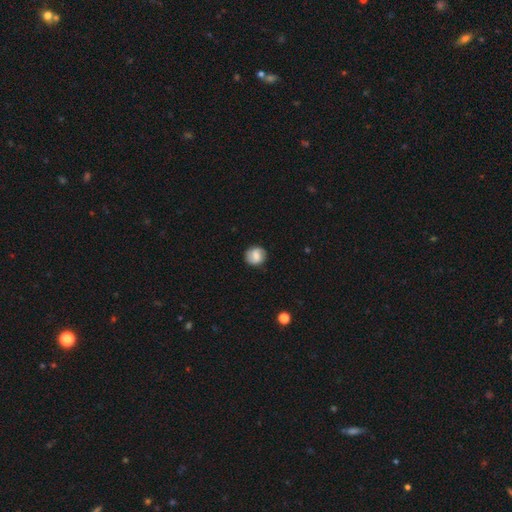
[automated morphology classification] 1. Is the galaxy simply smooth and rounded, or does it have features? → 61% smooth, 31% featured or disk, 8% star or artifact.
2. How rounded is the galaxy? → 83% round, 16% in between, 1% cigar-shaped.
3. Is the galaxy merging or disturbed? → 84% none, 12% minor disturbance, 3% major disturbance, 1% merger.